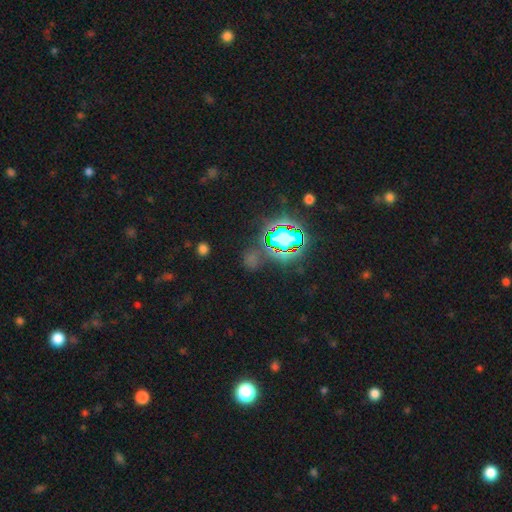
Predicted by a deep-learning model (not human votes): This is likely a star or artifact rather than a galaxy (70%).